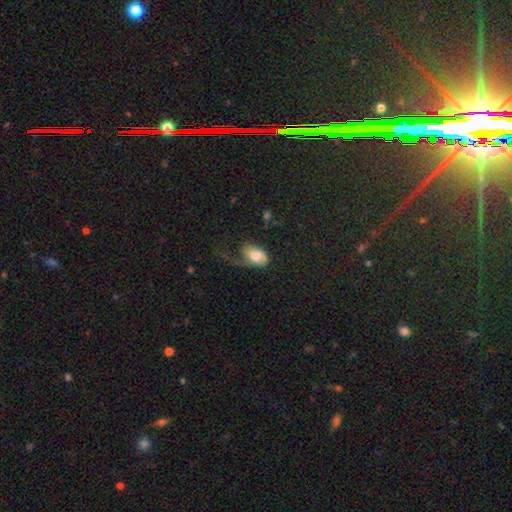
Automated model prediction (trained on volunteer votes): Smooth or featured: smooth — 57% (featured or disk — 36%)
How rounded: in between — 87% (round — 11%)
Merging: major disturbance — 58% (none — 21%)